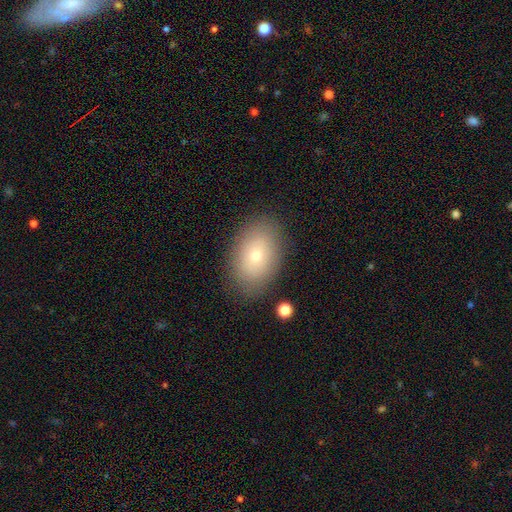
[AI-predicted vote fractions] Q: Smooth or featured?
A: smooth (70%); runner-up: featured or disk (20%)
Q: How rounded?
A: in between (81%); runner-up: round (17%)
Q: Merging?
A: none (84%); runner-up: minor disturbance (11%)